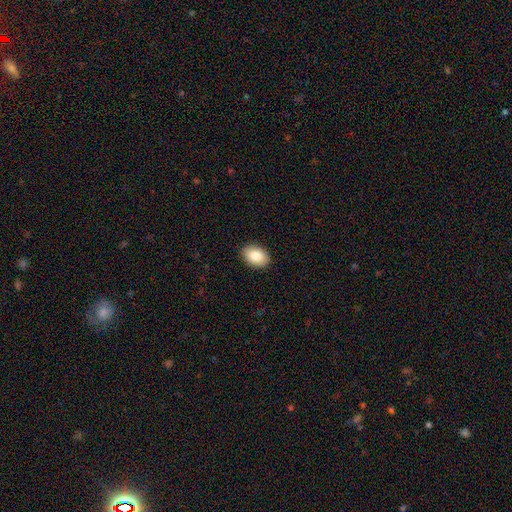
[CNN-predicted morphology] Smooth or featured: smooth — 86% (star or artifact — 7%)
How rounded: in between — 87% (round — 12%)
Merging: none — 90% (minor disturbance — 7%)